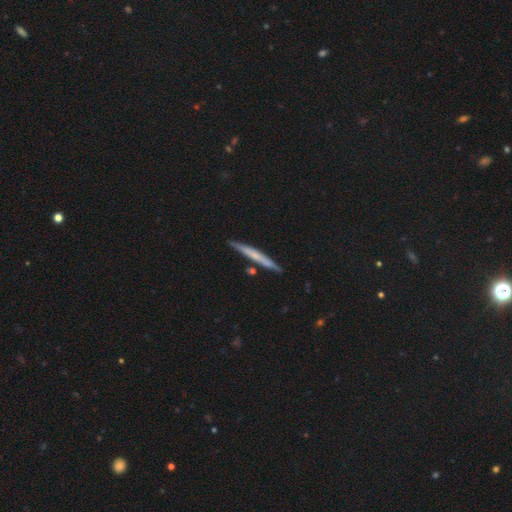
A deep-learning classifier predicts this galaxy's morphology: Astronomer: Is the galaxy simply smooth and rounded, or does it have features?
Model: smooth — 49% (runner-up: featured or disk, 46%).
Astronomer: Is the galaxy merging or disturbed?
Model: none — 85%.